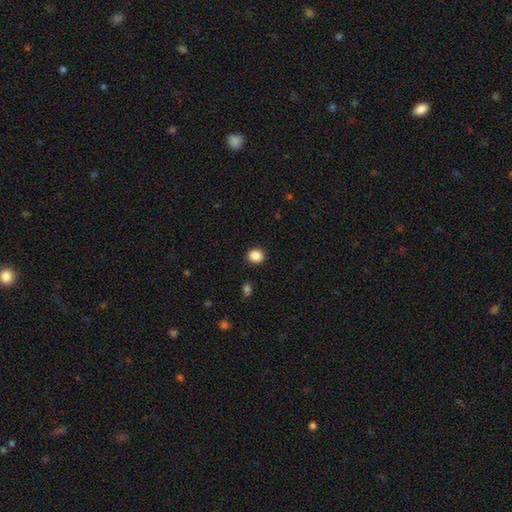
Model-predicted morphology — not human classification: smooth 88%, star or artifact 10%, featured or disk 3%. Down the decision tree: how rounded — round (82%); merging — none (91%).